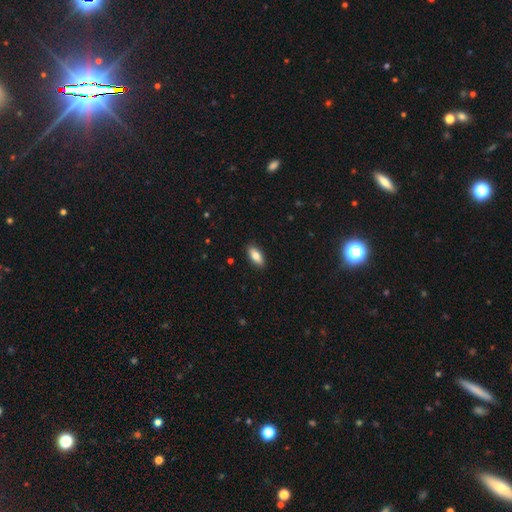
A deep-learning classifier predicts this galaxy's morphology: smooth_or_featured: smooth (p=0.82) [alt: featured or disk p=0.12]
how_rounded: in between (p=0.85) [alt: cigar-shaped p=0.13]
merging: none (p=0.89) [alt: minor disturbance p=0.08]